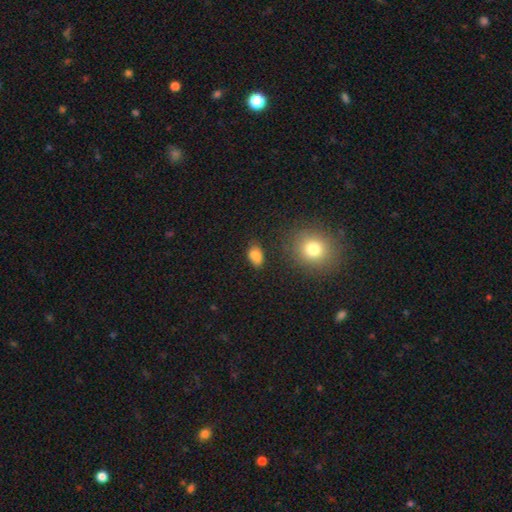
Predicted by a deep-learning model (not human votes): Morphology: type=smooth (82%); roundness=in between (86%); merging=none (72%).